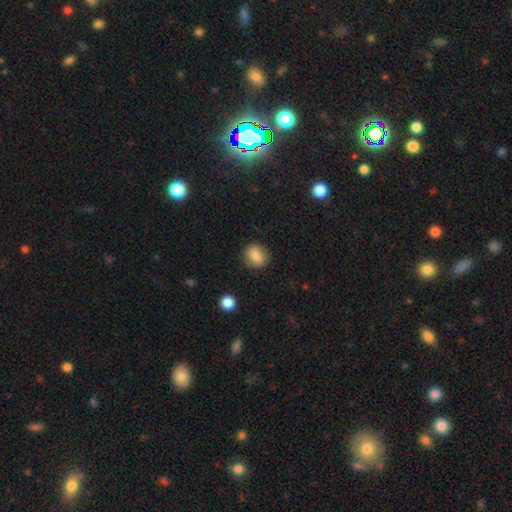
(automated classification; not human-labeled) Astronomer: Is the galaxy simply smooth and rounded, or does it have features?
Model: smooth — 84%.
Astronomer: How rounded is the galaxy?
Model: round — 79%.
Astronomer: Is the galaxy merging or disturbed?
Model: none — 87%.